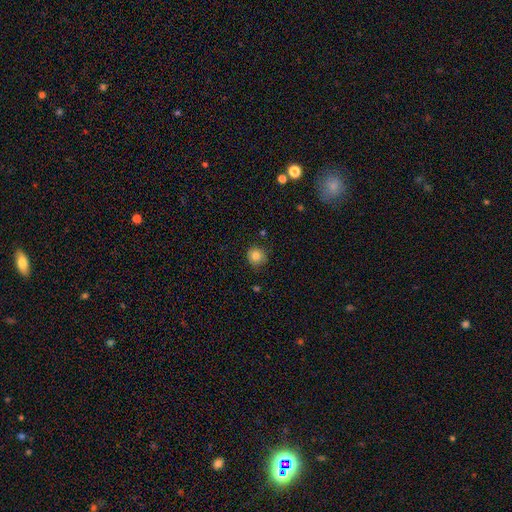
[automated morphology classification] smooth-or-featured: smooth: 82% | star or artifact: 11% | featured or disk: 7%
  how-rounded: round: 92% | in between: 7% | cigar-shaped: 1%
  merging: none: 83% | minor disturbance: 13% | major disturbance: 3% | merger: 2%